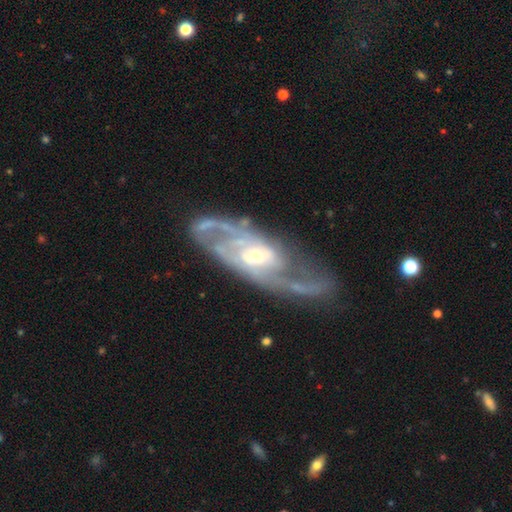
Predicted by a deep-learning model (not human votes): featured or disk 88%, smooth 6%, star or artifact 5%. Down the decision tree: edge-on disk — no (92%); bar — no (56%); spiral arms — yes (94%); spiral arm count — 2 (63%); spiral winding — medium (46%); bulge size — small (60%); merging — none (67%).